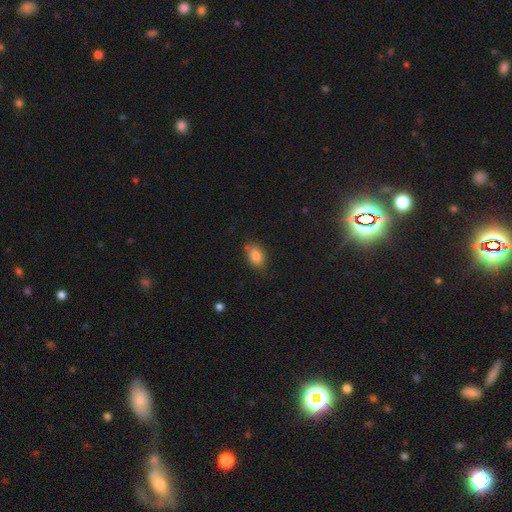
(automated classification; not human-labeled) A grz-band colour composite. It shows a smooth galaxy with no disk features (84%) that is in between round and cigar-shaped (80%). Merging: none (69%).